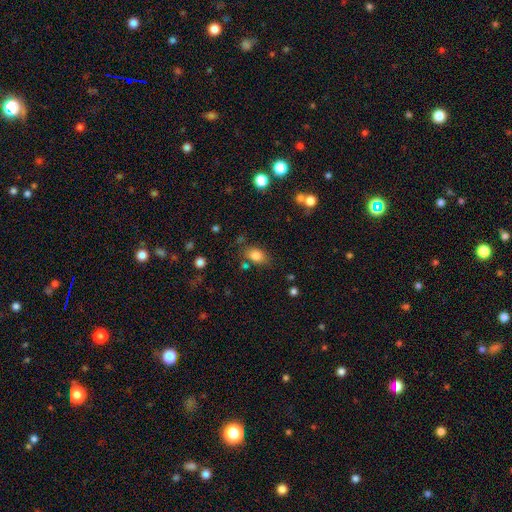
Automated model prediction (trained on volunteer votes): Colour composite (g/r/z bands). It shows a smooth galaxy with no disk features (82%) that is in between round and cigar-shaped (79%). Merging: none (72%).